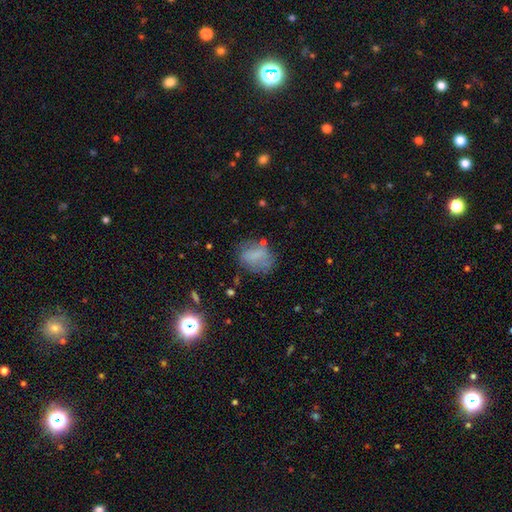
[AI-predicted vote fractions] This is likely a smooth galaxy (61%). How rounded: possibly in between (59%). Merging: possibly none (56%).